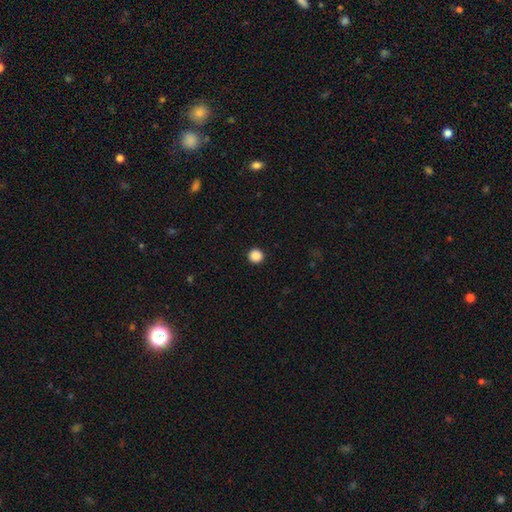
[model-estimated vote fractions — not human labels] A smooth galaxy with no disk features (88%) that is round (96%).

Vote fractions:
- Smooth or featured? smooth: 88% / star or artifact: 10% / featured or disk: 2%
- How rounded? round: 96% / in between: 3% / cigar-shaped: 1%
- Merging? none: 94% / minor disturbance: 4% / major disturbance: 1% / merger: 1%